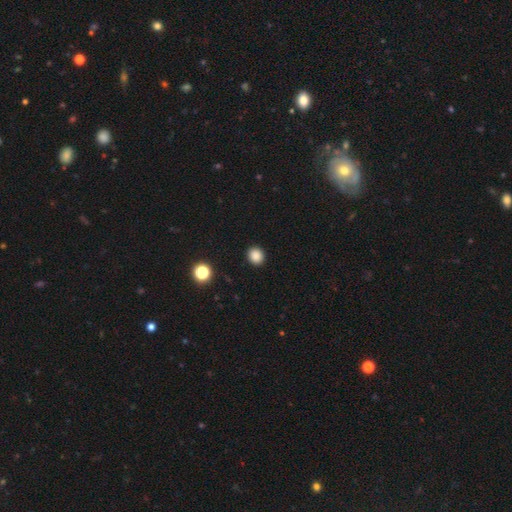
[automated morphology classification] The model was most divided on "how rounded": round: 80%, in between: 19%, cigar-shaped: 1%. More confident: merging — none (92%); smooth or featured — smooth (86%).